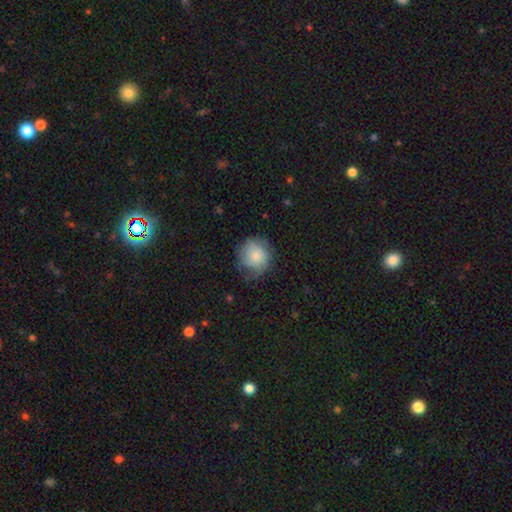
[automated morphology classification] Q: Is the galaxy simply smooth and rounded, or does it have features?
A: smooth — 71%.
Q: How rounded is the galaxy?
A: round — 87%.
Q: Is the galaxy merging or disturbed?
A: none — 57%.